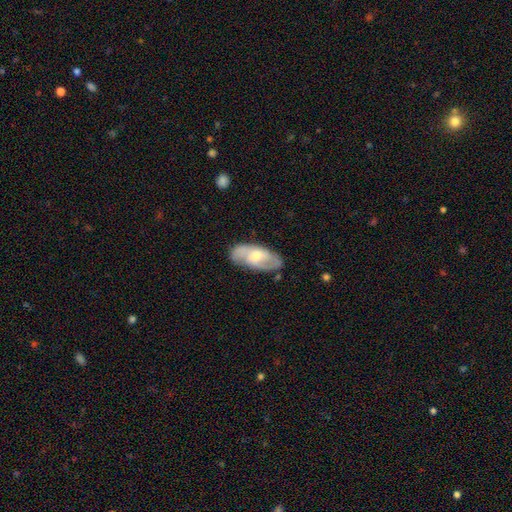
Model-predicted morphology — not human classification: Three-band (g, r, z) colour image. It shows a featured or disk galaxy (59%) with no bar (54%), spiral arms (75%) and a moderate central bulge (60%). Merging: none (74%).